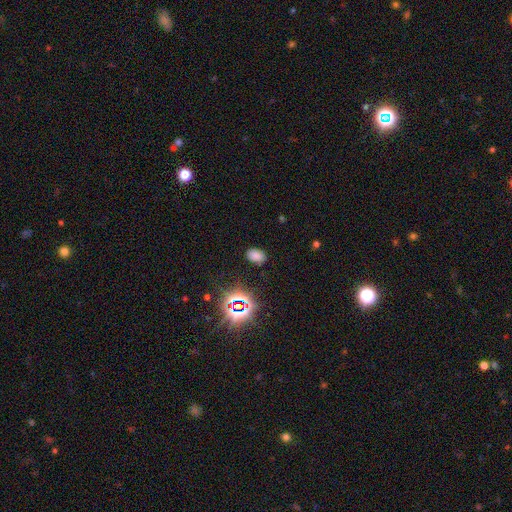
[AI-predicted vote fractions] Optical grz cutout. It shows a smooth galaxy with no disk features (70%) that is in between round and cigar-shaped (85%). Merging: none (84%).